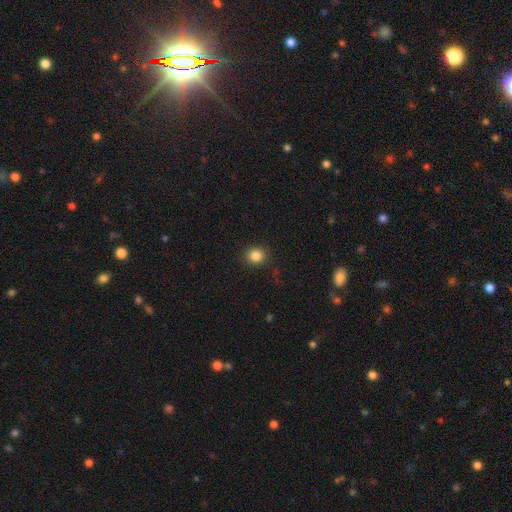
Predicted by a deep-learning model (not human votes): smooth-or-featured: smooth: 85% | star or artifact: 11% | featured or disk: 4%
  how-rounded: round: 86% | in between: 13% | cigar-shaped: 1%
  merging: none: 88% | minor disturbance: 8% | major disturbance: 3% | merger: 1%